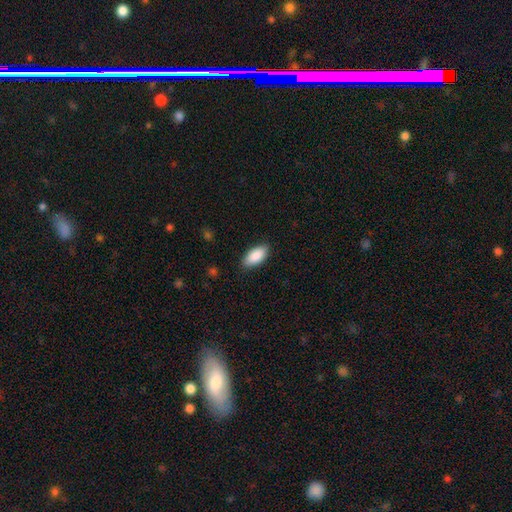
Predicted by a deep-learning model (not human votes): A smooth galaxy with no disk features (89%) that is in between round and cigar-shaped (92%). Merging: none (85%).